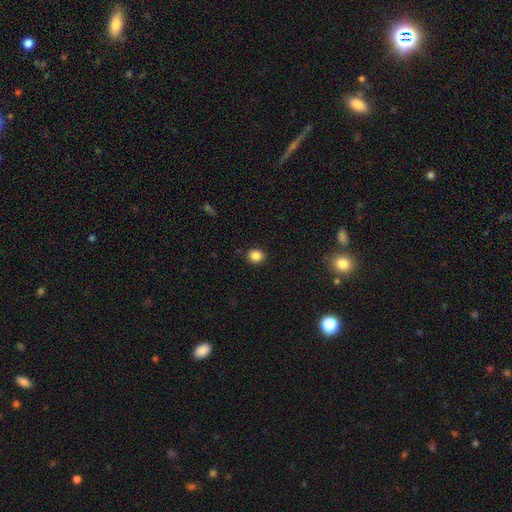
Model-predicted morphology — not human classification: This appears to be a smooth galaxy with no disk features (85%) that is round (78%). Merging: none (90%).